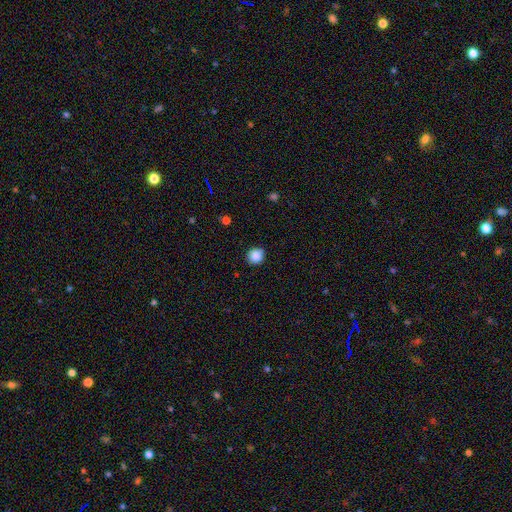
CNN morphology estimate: smooth_or_featured: smooth (p=0.87) [alt: star or artifact p=0.10]
how_rounded: round (p=0.90) [alt: in between p=0.09]
merging: none (p=0.84) [alt: minor disturbance p=0.12]